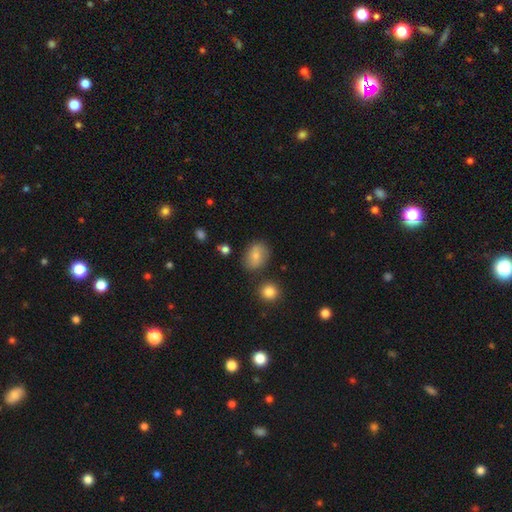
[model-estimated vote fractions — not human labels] smooth-or-featured: smooth: 71% | featured or disk: 20% | star or artifact: 9%
  how-rounded: in between: 63% | round: 35% | cigar-shaped: 1%
  merging: none: 78% | minor disturbance: 13% | merger: 5% | major disturbance: 4%